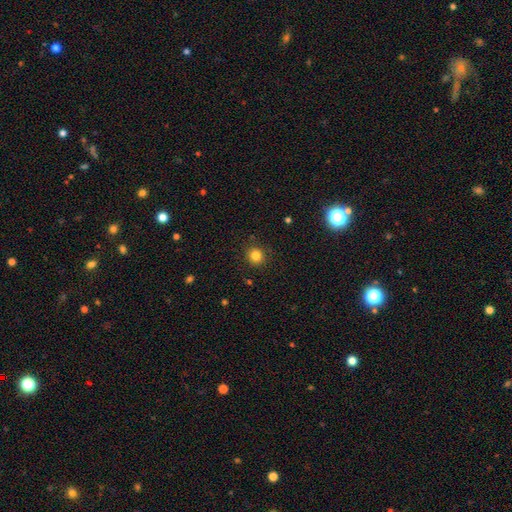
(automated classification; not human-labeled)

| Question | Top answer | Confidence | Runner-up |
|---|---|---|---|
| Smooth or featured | smooth | 82% | star or artifact (13%) |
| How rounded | round | 89% | in between (10%) |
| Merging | none | 90% | minor disturbance (7%) |